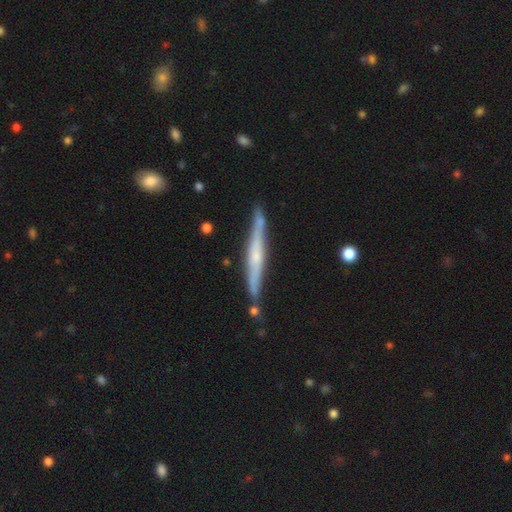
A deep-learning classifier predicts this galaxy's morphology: The model was most divided on "edge-on bulge": rounded: 54%, none: 36%, boxy: 10%. More confident: edge-on disk — yes (96%); merging — none (81%); smooth or featured — featured or disk (66%).